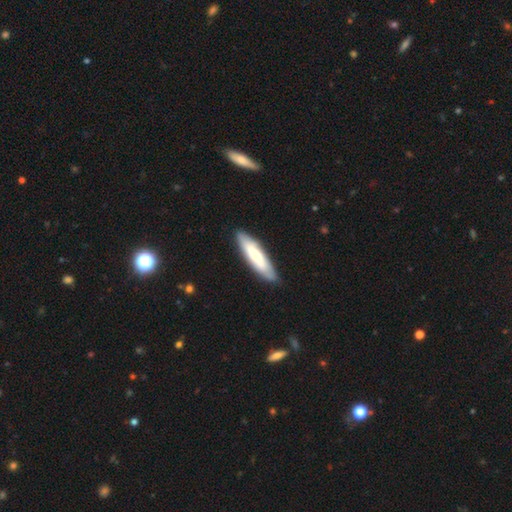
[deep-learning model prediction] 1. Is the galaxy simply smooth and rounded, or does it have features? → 53% smooth, 42% featured or disk, 5% star or artifact.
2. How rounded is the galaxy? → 65% cigar-shaped, 33% in between, 2% round.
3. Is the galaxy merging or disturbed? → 86% none, 11% minor disturbance, 2% major disturbance, 1% merger.